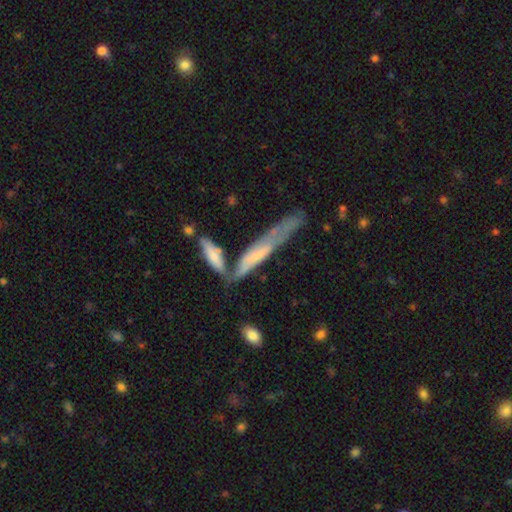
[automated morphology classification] Smooth or featured?
  - featured or disk: 50% *
  - smooth: 44%
  - star or artifact: 7%
Merging?
  - none: 40% *
  - merger: 25%
  - minor disturbance: 23%
  - major disturbance: 12%